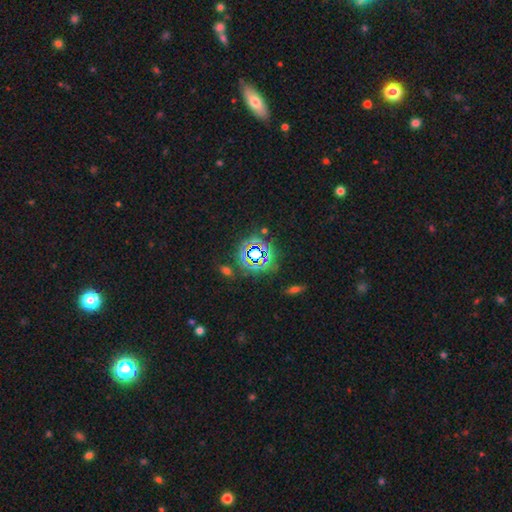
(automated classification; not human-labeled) Overall: star or artifact (68%).